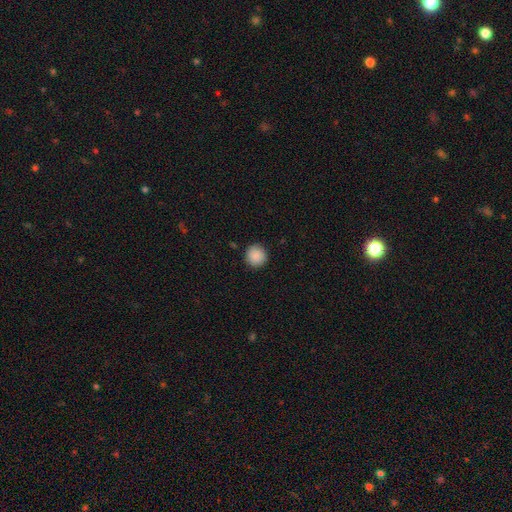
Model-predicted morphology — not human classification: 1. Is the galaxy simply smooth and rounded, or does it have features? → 89% smooth, 8% star or artifact, 3% featured or disk.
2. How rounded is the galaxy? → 95% round, 4% in between, 1% cigar-shaped.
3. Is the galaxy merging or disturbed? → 91% none, 6% minor disturbance, 2% major disturbance, 1% merger.